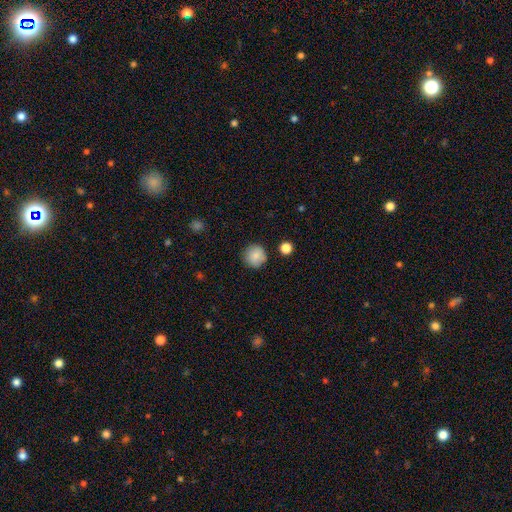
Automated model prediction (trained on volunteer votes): A smooth galaxy with no disk features (86%) that is round (95%).

Vote fractions:
- Smooth or featured? smooth: 86% / star or artifact: 9% / featured or disk: 6%
- How rounded? round: 95% / in between: 4% / cigar-shaped: 1%
- Merging? none: 86% / minor disturbance: 9% / merger: 3% / major disturbance: 2%